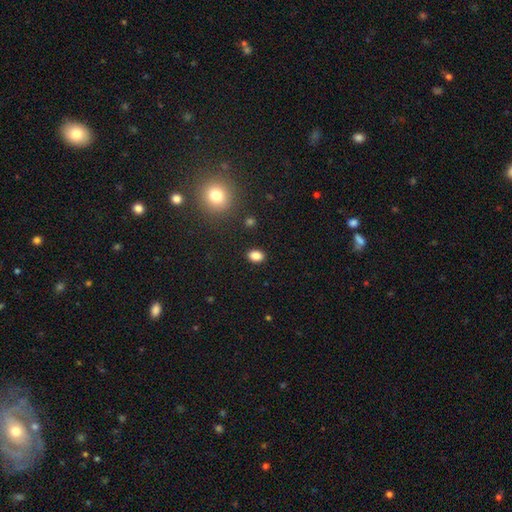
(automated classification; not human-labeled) Smooth or featured? Predicted: smooth (p=0.85). How rounded? Predicted: in between (p=0.73). Merging? Predicted: none (p=0.88).